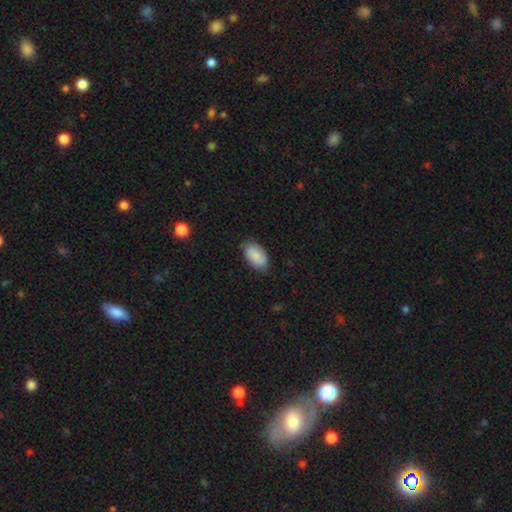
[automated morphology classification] Smooth or featured?
  - smooth: 82% *
  - featured or disk: 12%
  - star or artifact: 6%
How rounded?
  - in between: 94% *
  - round: 4%
  - cigar-shaped: 2%
Merging?
  - none: 75% *
  - minor disturbance: 20%
  - major disturbance: 3%
  - merger: 1%